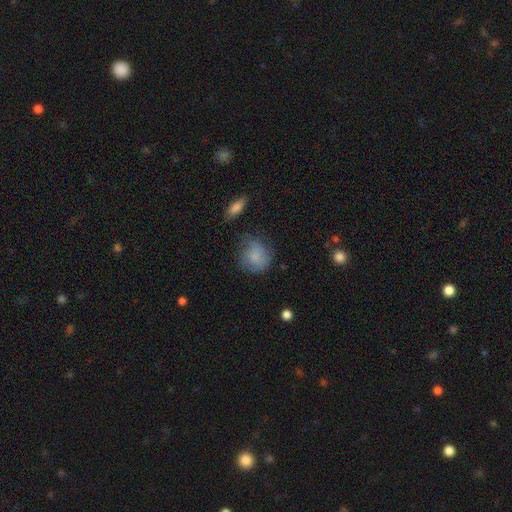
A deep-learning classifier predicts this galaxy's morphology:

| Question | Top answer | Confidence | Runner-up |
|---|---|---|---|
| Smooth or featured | smooth | 78% | featured or disk (14%) |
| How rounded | round | 78% | in between (21%) |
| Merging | none | 59% | minor disturbance (26%) |